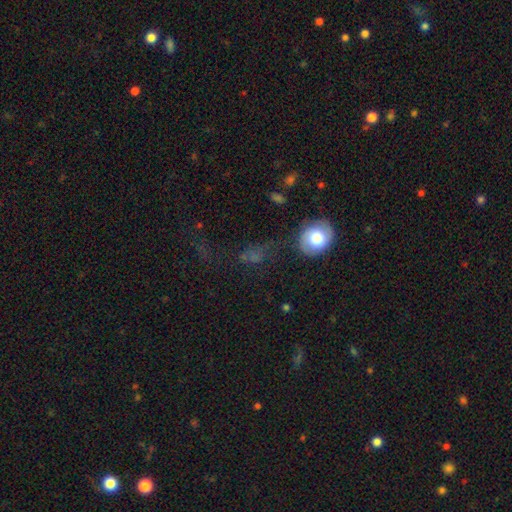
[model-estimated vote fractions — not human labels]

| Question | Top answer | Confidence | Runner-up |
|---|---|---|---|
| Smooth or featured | smooth | 45% | star or artifact (30%) |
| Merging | none | 53% | major disturbance (22%) |